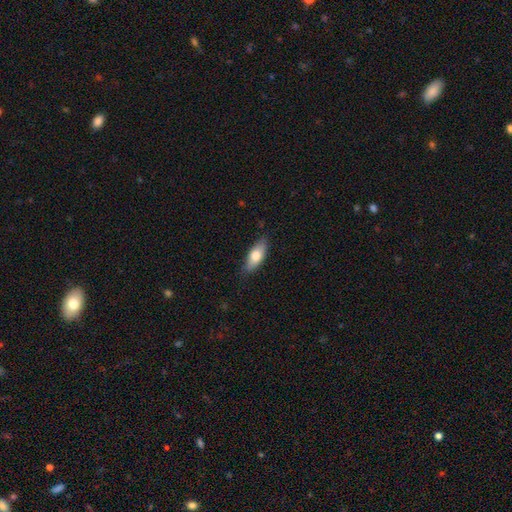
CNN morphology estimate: Overall: smooth (71%). How rounded: in between (76%). Merging: none (81%).